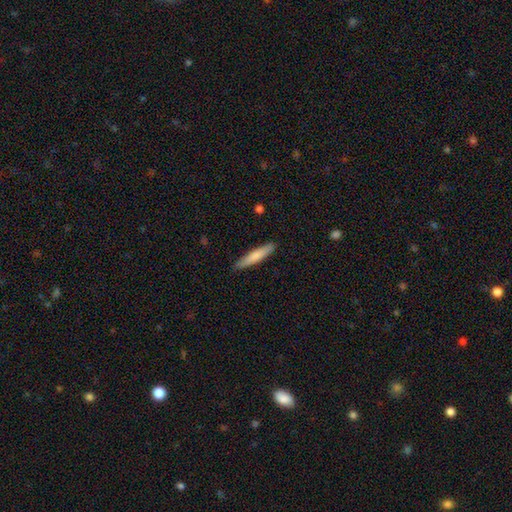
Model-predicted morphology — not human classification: This appears to be a smooth galaxy with no disk features (72%) that is cigar-shaped (91%). Merging: none (89%).